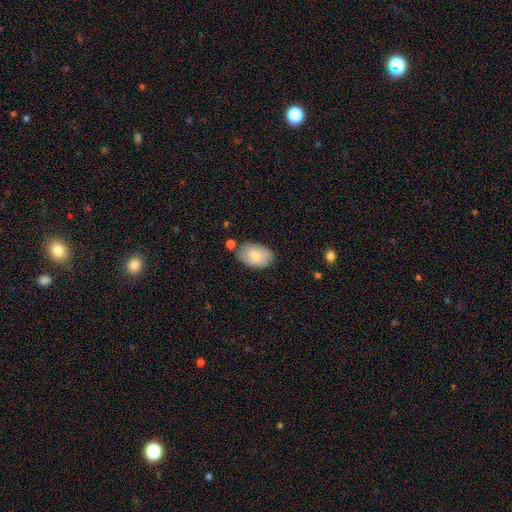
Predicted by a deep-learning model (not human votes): Morphology: type=smooth (79%); roundness=in between (91%); merging=none (74%).